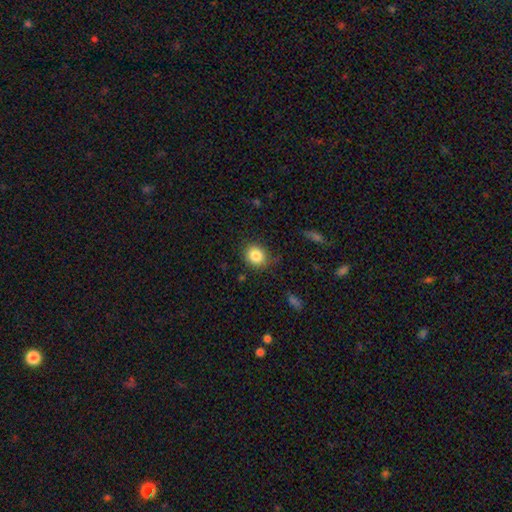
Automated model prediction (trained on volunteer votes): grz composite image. It shows a smooth galaxy with no disk features (84%) that is round (76%). Merging: none (78%).